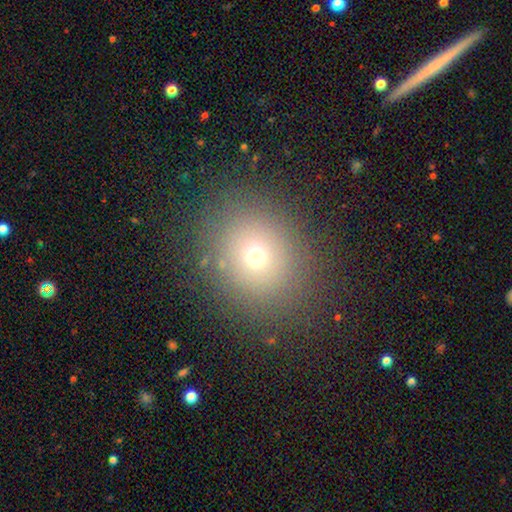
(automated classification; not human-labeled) Q: Smooth or featured?
A: smooth (67%); runner-up: star or artifact (20%)
Q: How rounded?
A: round (67%); runner-up: in between (32%)
Q: Merging?
A: none (85%); runner-up: minor disturbance (9%)